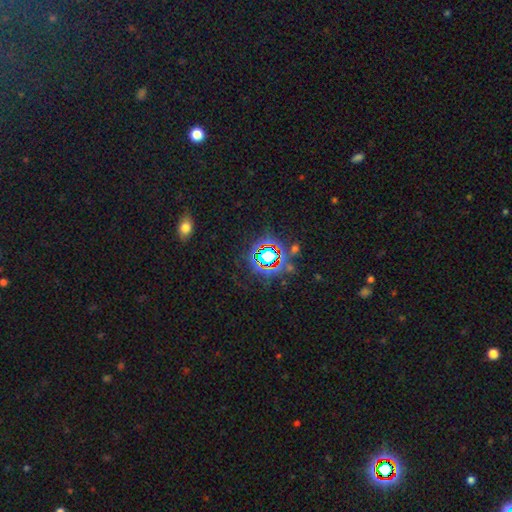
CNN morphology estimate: The model was most divided on "smooth or featured": star or artifact: 75%, smooth: 15%, featured or disk: 10%.